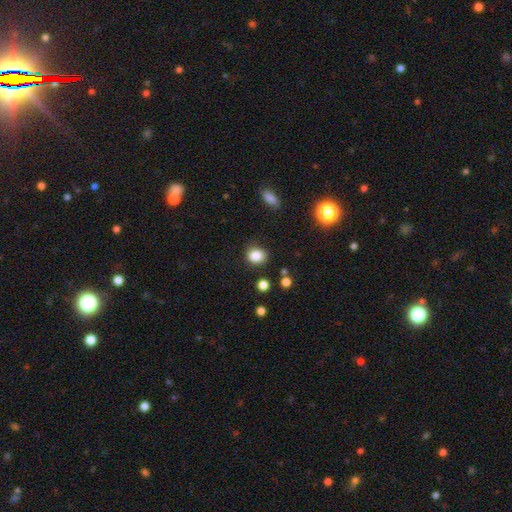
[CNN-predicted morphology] This is clearly a smooth galaxy (83%). How rounded: likely round (69%). Merging: likely none (80%).